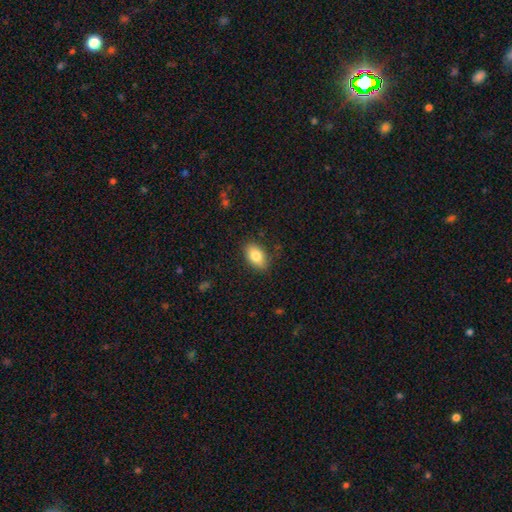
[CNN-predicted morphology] Smooth or featured?
  - smooth: 82% *
  - featured or disk: 10%
  - star or artifact: 8%
How rounded?
  - in between: 89% *
  - round: 9%
  - cigar-shaped: 2%
Merging?
  - none: 85% *
  - minor disturbance: 12%
  - major disturbance: 3%
  - merger: 1%